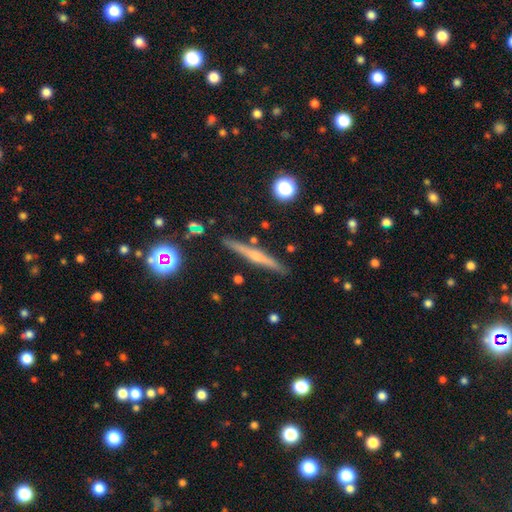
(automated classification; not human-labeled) This is likely a featured or disk galaxy (67%). It is clearly viewed edge-on (98%). Edge-on bulge: likely rounded (74%). Merging: clearly none (89%).